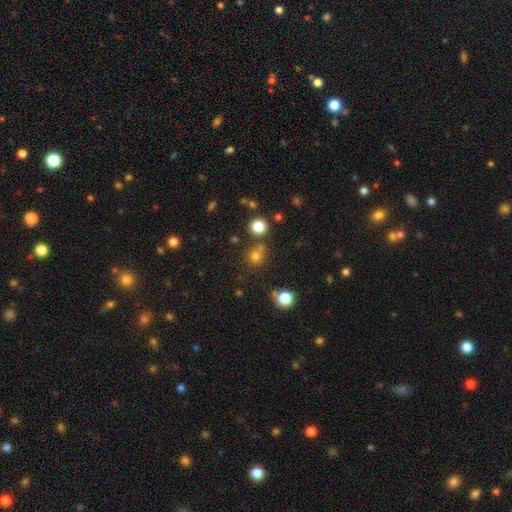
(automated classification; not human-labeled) Smooth or featured? smooth (73%)
How rounded? round (84%)
Merging? none (66%)